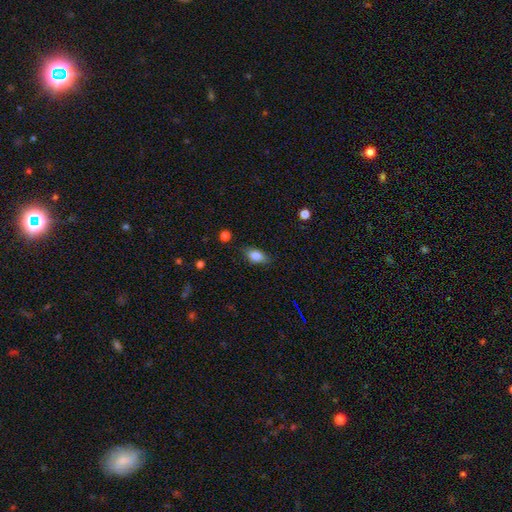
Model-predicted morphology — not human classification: smooth 82%, featured or disk 9%, star or artifact 9%. Down the decision tree: how rounded — in between (84%); merging — none (80%).